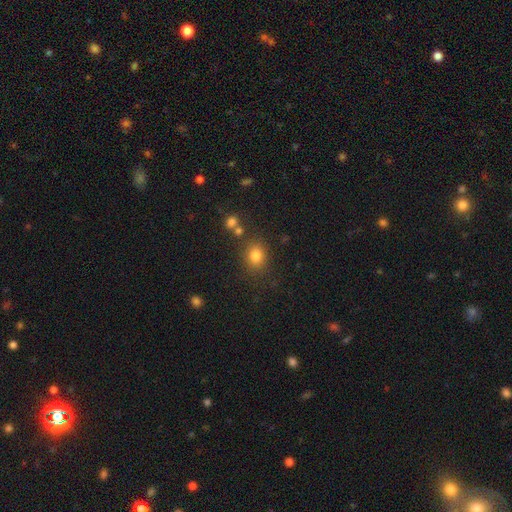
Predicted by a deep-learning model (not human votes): This appears to be a smooth galaxy with no disk features (81%) that is round (65%). Merging: none (78%).